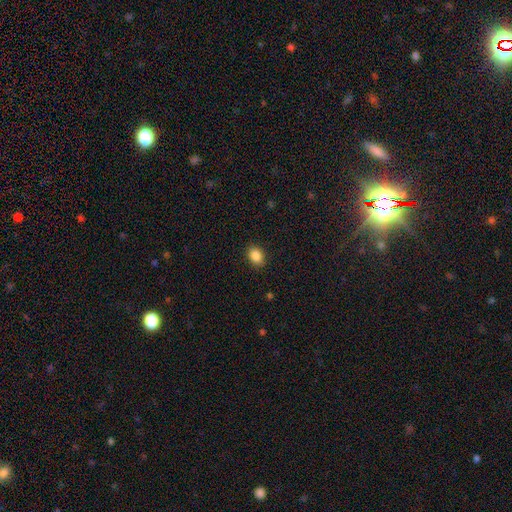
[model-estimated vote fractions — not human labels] smooth 87%, star or artifact 9%, featured or disk 4%. Down the decision tree: how rounded — in between (64%); merging — none (89%).